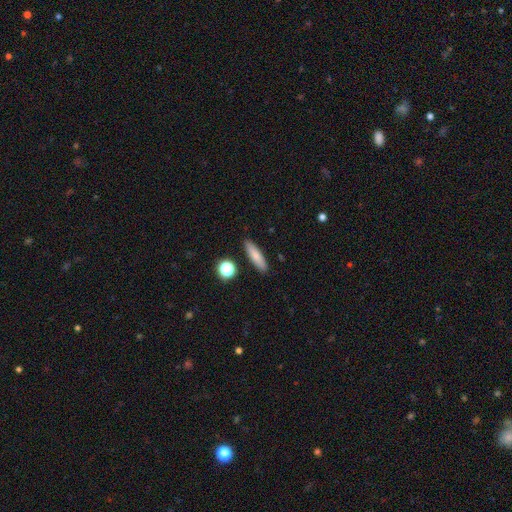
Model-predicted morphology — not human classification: smooth_or_featured: smooth (p=0.79) [alt: featured or disk p=0.13]
how_rounded: cigar-shaped (p=0.69) [alt: in between p=0.28]
merging: none (p=0.89) [alt: minor disturbance p=0.07]